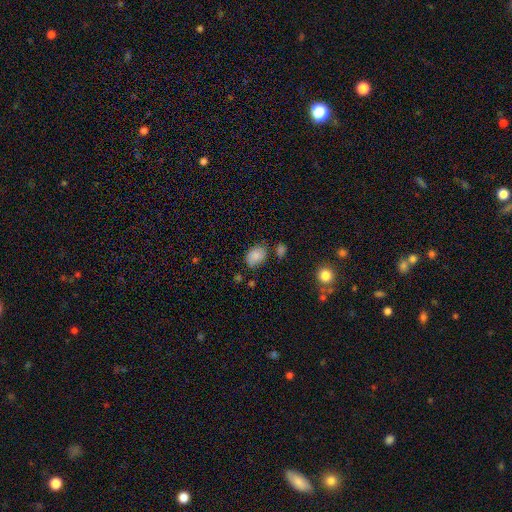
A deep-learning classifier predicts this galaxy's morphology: A smooth galaxy with no disk features (82%) that is in between round and cigar-shaped (77%). Merging: none (68%).